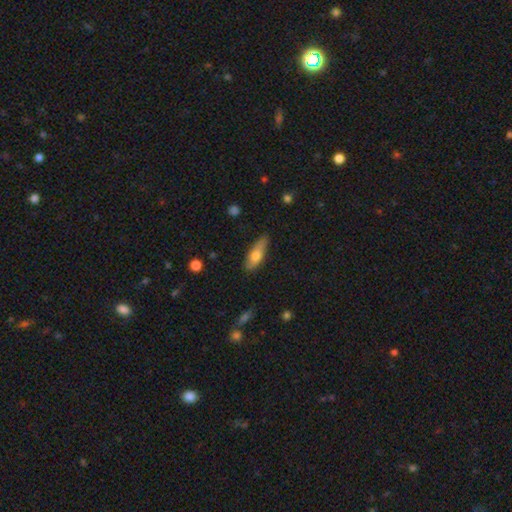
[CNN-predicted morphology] A smooth galaxy with no disk features (66%) that is in between round and cigar-shaped (53%). Merging: none (71%).